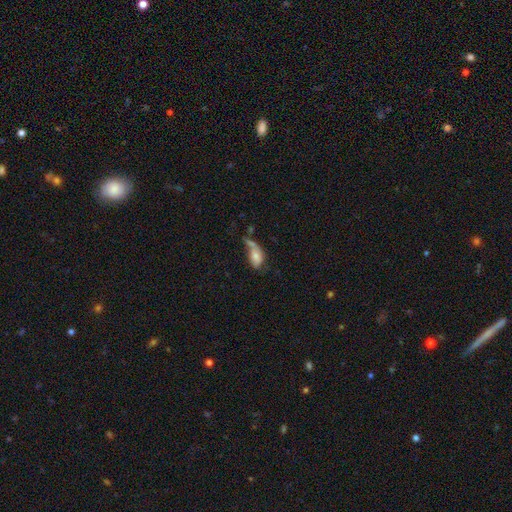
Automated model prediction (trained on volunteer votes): Morphology: type=smooth (61%); roundness=in between (88%); merging=major disturbance (31%).